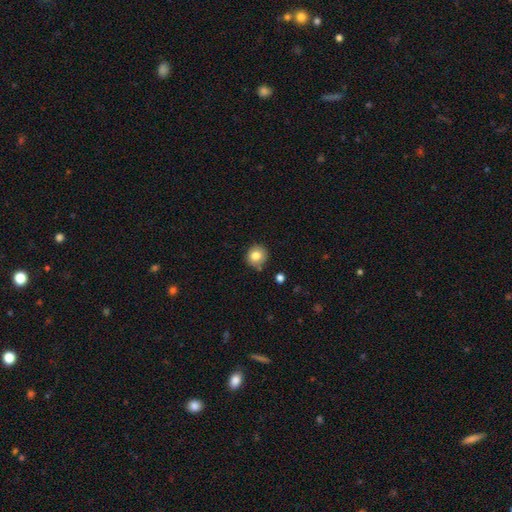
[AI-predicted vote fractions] Smooth or featured: smooth — 82% (star or artifact — 10%)
How rounded: round — 91% (in between — 8%)
Merging: none — 82% (minor disturbance — 12%)